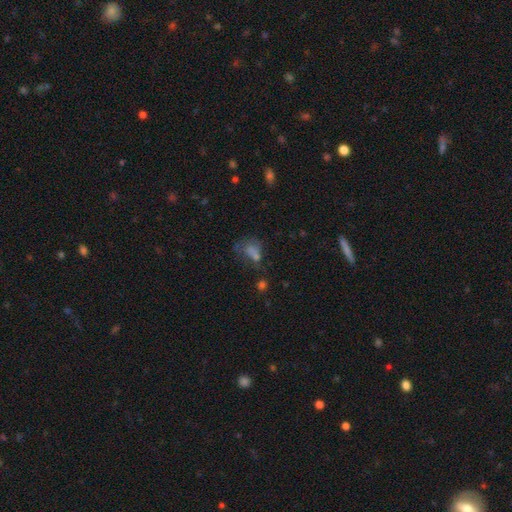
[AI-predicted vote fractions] Q: Smooth or featured?
A: smooth (47%); runner-up: star or artifact (28%)
Q: Merging?
A: none (40%); runner-up: major disturbance (29%)